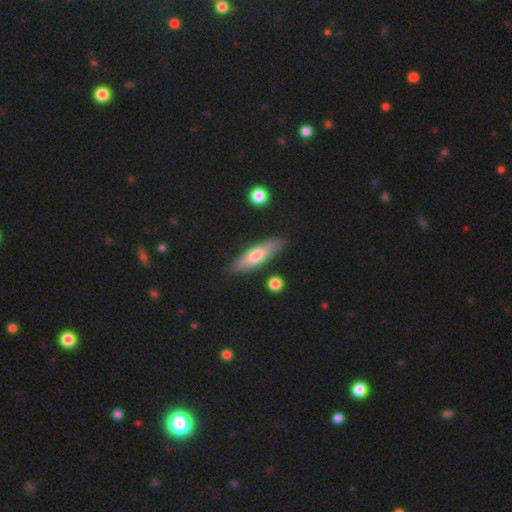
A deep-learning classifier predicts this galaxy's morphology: smooth 63%, featured or disk 32%, star or artifact 6%. Down the decision tree: how rounded — cigar-shaped (63%); merging — none (84%).